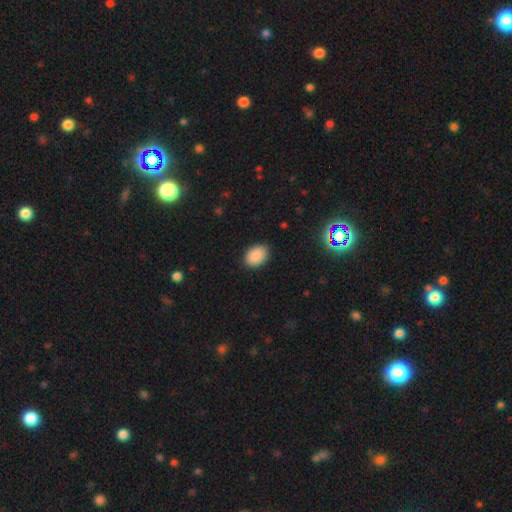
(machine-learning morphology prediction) The model was most divided on "how rounded": in between: 79%, round: 20%, cigar-shaped: 1%. More confident: smooth or featured — smooth (89%); merging — none (87%).